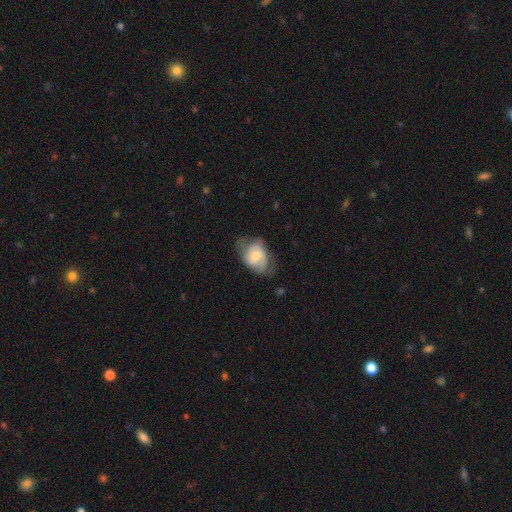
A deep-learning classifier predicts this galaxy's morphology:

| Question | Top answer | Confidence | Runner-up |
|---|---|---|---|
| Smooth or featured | smooth | 50% | featured or disk (43%) |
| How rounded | in between | 79% | round (20%) |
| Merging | none | 47% | minor disturbance (33%) |